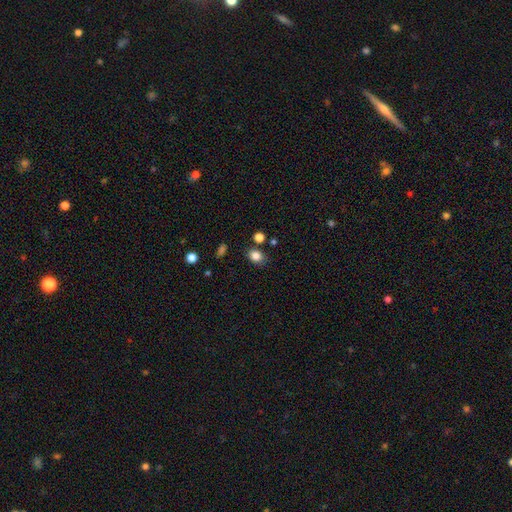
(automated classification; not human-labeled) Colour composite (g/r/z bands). It shows a smooth galaxy with no disk features (84%) that is in between round and cigar-shaped (54%). Merging: none (78%).